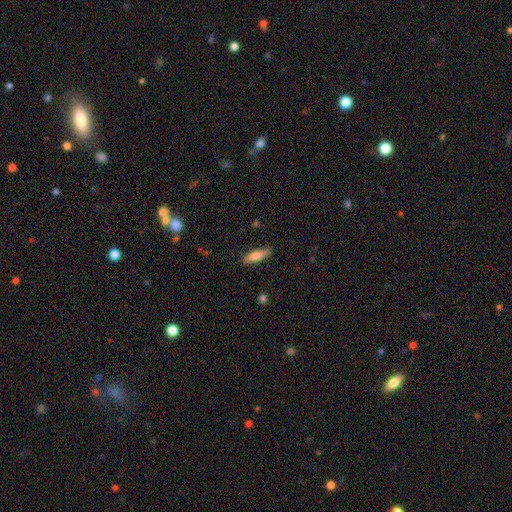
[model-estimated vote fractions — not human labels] A smooth galaxy with no disk features (77%) that is cigar-shaped (54%).

Vote fractions:
- Smooth or featured? smooth: 77% / featured or disk: 17% / star or artifact: 6%
- How rounded? cigar-shaped: 54% / in between: 44% / round: 2%
- Merging? none: 86% / minor disturbance: 11% / major disturbance: 2% / merger: 1%